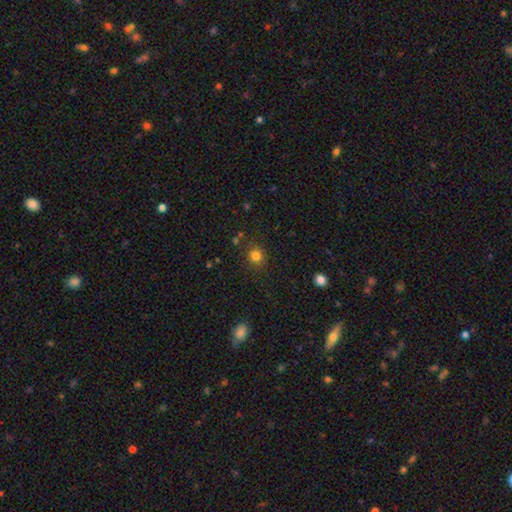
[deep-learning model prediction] Smooth or featured?
  - smooth: 81% *
  - star or artifact: 14%
  - featured or disk: 5%
How rounded?
  - round: 88% *
  - in between: 11%
  - cigar-shaped: 1%
Merging?
  - none: 85% *
  - minor disturbance: 9%
  - major disturbance: 3%
  - merger: 3%